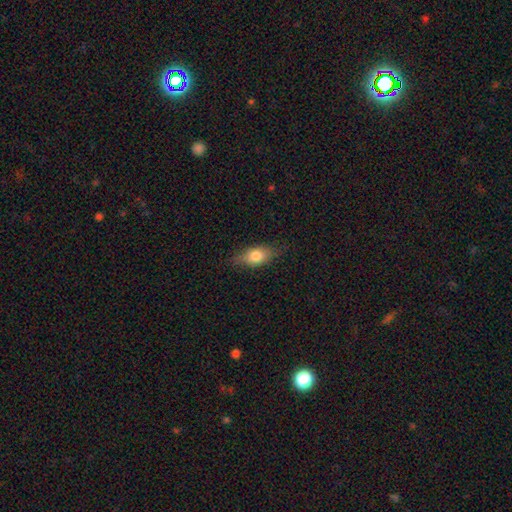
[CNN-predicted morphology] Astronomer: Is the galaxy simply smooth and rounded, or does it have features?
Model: smooth — 75%.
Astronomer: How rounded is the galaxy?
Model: in between — 79%.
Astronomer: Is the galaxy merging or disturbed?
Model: none — 76%.